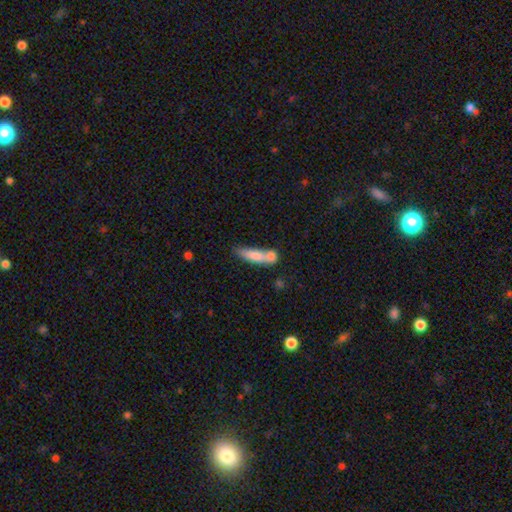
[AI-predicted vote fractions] Overall: smooth (73%). How rounded: cigar-shaped (65%; in between 32%). Merging: merger (46%; none 33%).